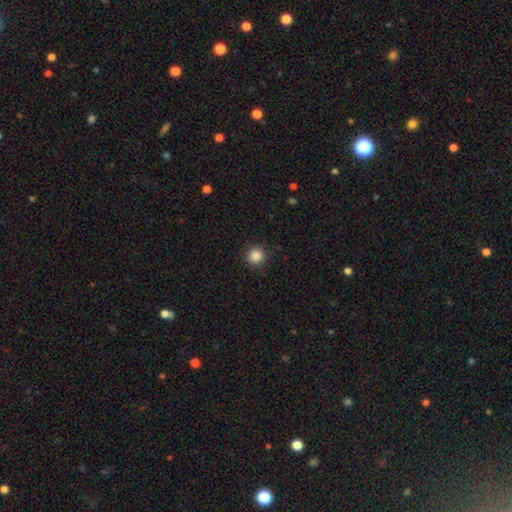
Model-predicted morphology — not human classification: smooth 86%, star or artifact 11%, featured or disk 3%. Down the decision tree: how rounded — round (95%); merging — none (90%).